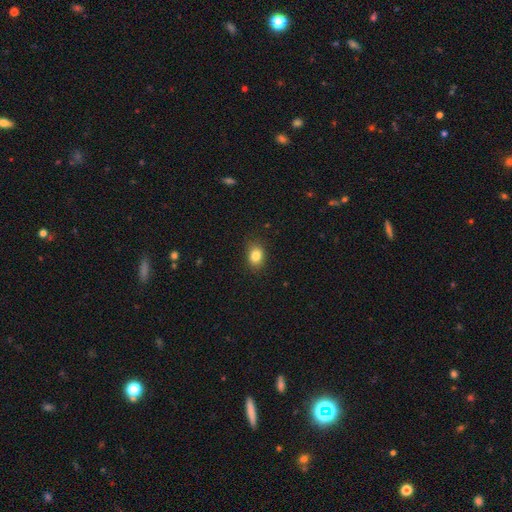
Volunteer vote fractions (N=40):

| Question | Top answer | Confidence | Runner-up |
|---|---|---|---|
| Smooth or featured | smooth | 85% | star or artifact (10%) |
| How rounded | in between | 68% | round (32%) |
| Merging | none | 92% | minor disturbance (6%) |